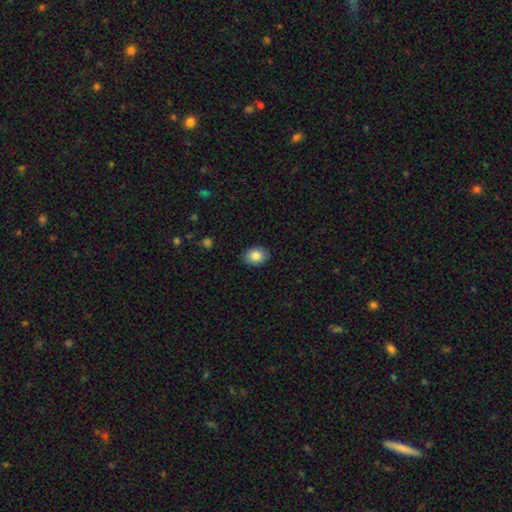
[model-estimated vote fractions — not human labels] This is clearly a smooth galaxy (87%). How rounded: likely in between (65%). Merging: clearly none (88%).